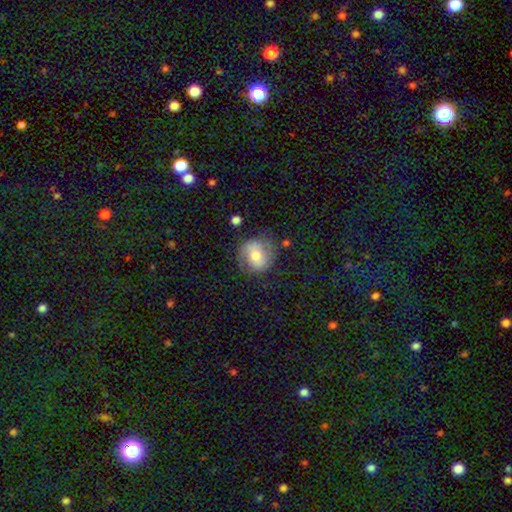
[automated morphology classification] smooth 49%, featured or disk 43%, star or artifact 8%. Down the decision tree: merging — none (69%).